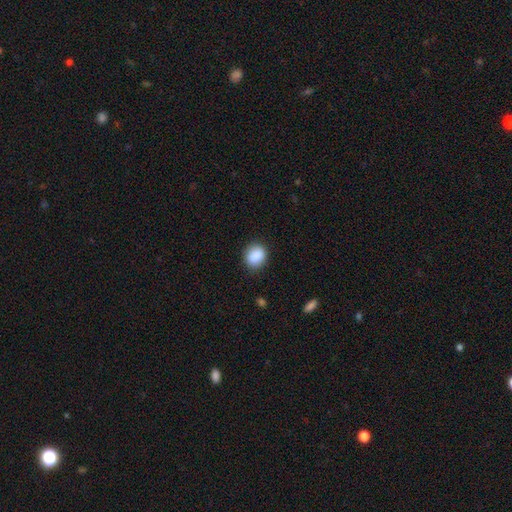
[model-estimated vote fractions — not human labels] Overall: smooth (89%). How rounded: round (62%; in between 37%). Merging: none (85%).